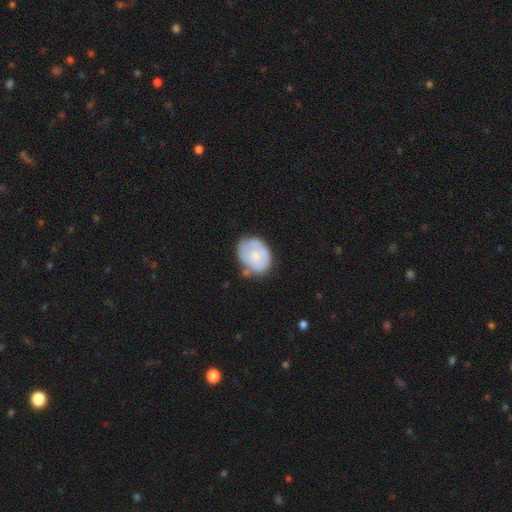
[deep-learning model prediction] Overall: smooth (62%; featured or disk 32%). How rounded: in between (57%; round 42%). Merging: none (55%; minor disturbance 29%).